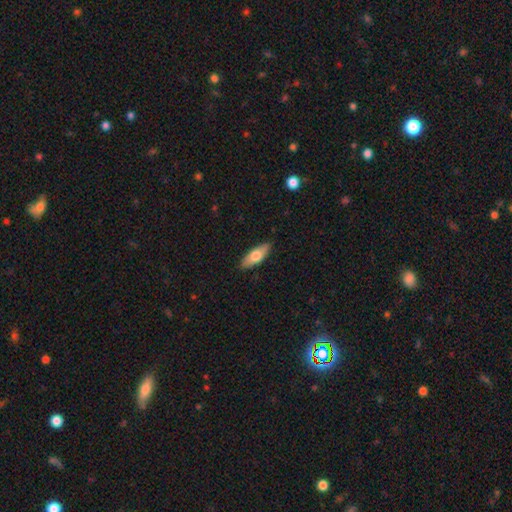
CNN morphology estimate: smooth 68%, featured or disk 26%, star or artifact 6%. Down the decision tree: how rounded — in between (72%); merging — none (88%).